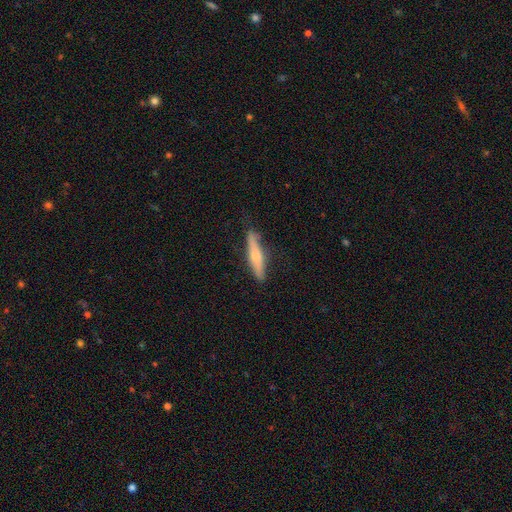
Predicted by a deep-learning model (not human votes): Smooth or featured? smooth (53%)
How rounded? cigar-shaped (87%)
Merging? none (82%)